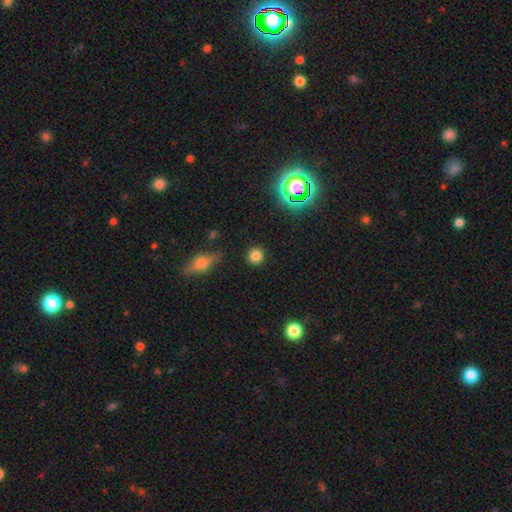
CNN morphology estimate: Overall: smooth (80%). How rounded: round (92%). Merging: none (89%).